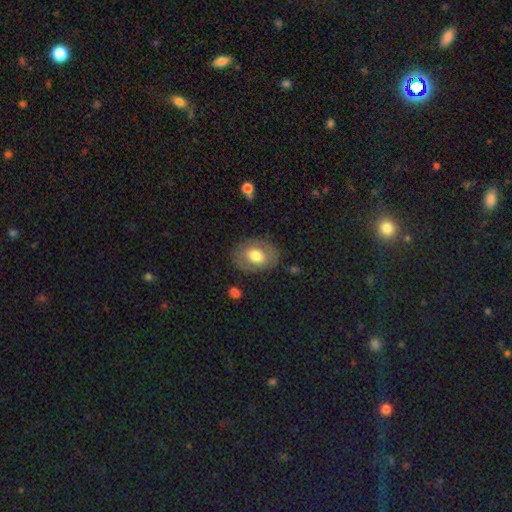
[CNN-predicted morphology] Smooth or featured?
  - smooth: 61% *
  - featured or disk: 33%
  - star or artifact: 7%
How rounded?
  - in between: 70% *
  - round: 29%
  - cigar-shaped: 1%
Merging?
  - none: 80% *
  - minor disturbance: 13%
  - major disturbance: 5%
  - merger: 2%